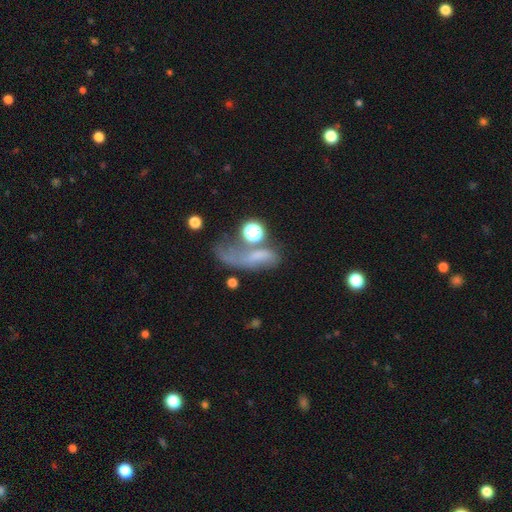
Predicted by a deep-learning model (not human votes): Smooth or featured? Predicted: smooth (p=0.51). How rounded? Predicted: in between (p=0.64). Merging? Predicted: major disturbance (p=0.42).